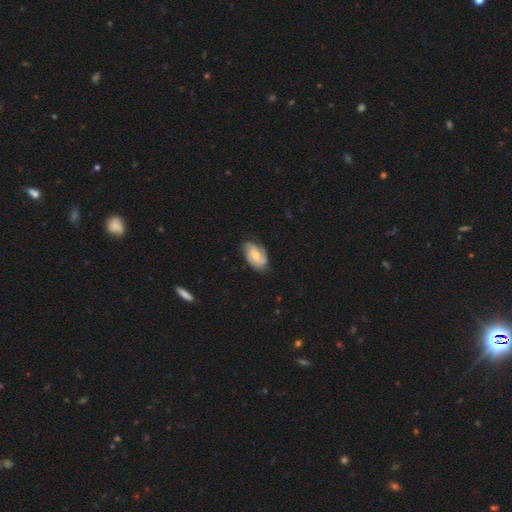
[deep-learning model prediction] A featured or disk galaxy (58%) with no bar (66%), 2 (40%) tight (43%) spiral arms (91%) and a moderate central bulge (45%).

Vote fractions:
- Smooth or featured? featured or disk: 58% / smooth: 35% / star or artifact: 7%
- Edge-on disk? no: 96% / yes: 4%
- Bar? no: 66% / weak: 29% / strong: 5%
- Spiral arms? yes: 91% / no: 9%
- Spiral winding? tight: 43% / medium: 41% / loose: 16%
- Spiral arm count? 2: 40% / 3: 27% / can't tell: 21% / 4: 5% / 1: 4% / more than 4: 3%
- Bulge size? moderate: 45% / small: 41% / none: 7% / large: 6% / dominant: 1%
- Merging? none: 72% / minor disturbance: 21% / major disturbance: 5% / merger: 1%